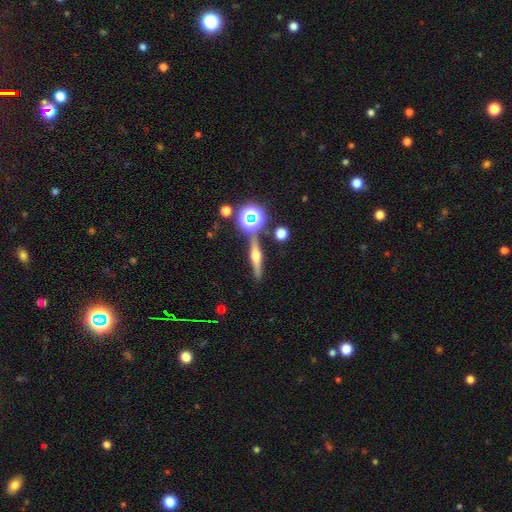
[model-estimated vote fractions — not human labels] Smooth or featured? featured or disk (66%)
Edge-on disk? yes (95%)
Edge-on bulge? rounded (93%)
Merging? none (84%)